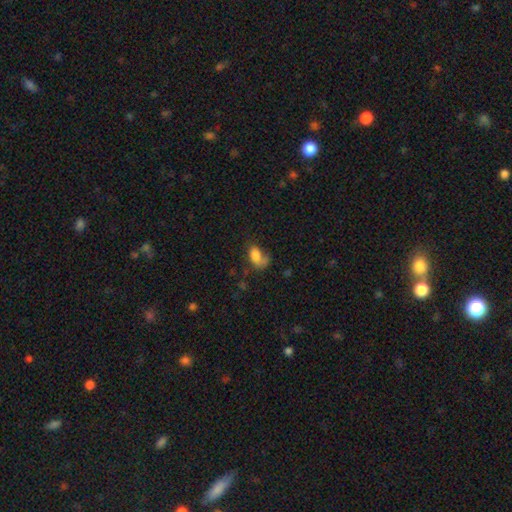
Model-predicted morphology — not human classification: The model was most divided on "merging": none: 39%, major disturbance: 26%, minor disturbance: 25%, merger: 10%. More confident: how rounded — in between (88%); smooth or featured — smooth (77%).